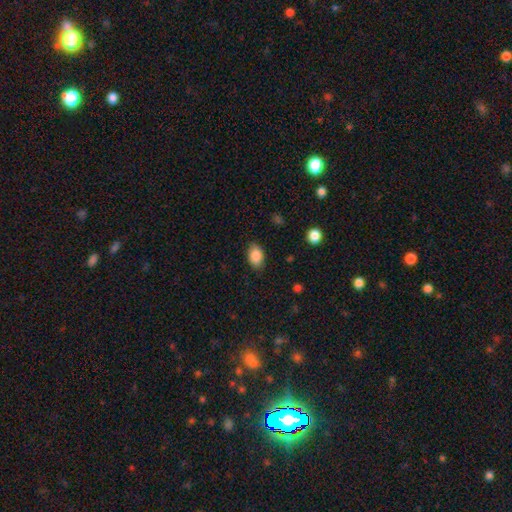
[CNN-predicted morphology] Overall: smooth (87%). How rounded: in between (86%). Merging: none (85%).